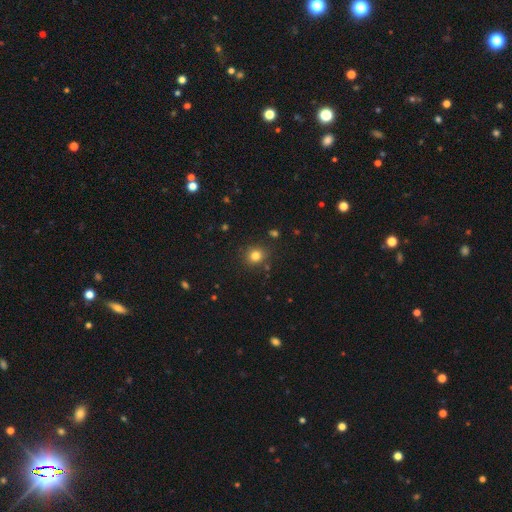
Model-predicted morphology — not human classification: smooth-or-featured: smooth: 80% | star or artifact: 14% | featured or disk: 6%
  how-rounded: round: 82% | in between: 17% | cigar-shaped: 1%
  merging: none: 86% | minor disturbance: 9% | merger: 3% | major disturbance: 3%